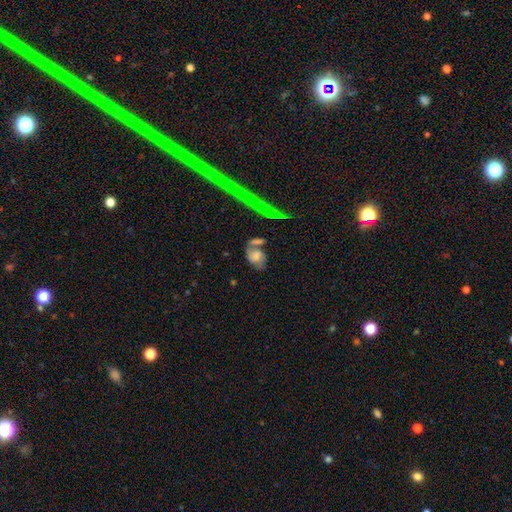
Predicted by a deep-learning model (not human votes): The model was most divided on "smooth or featured": featured or disk: 48%, smooth: 43%, star or artifact: 9%. Remaining: merging — none (39%).